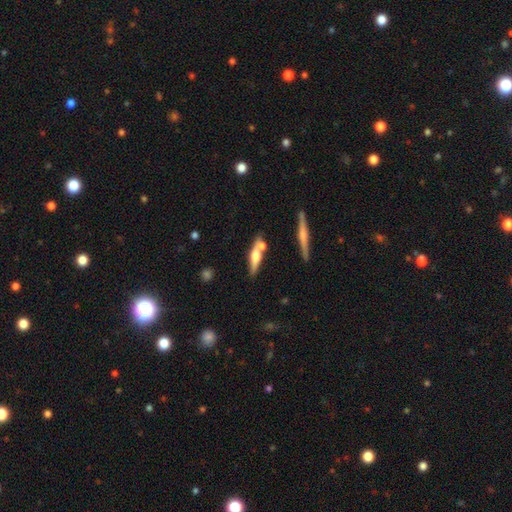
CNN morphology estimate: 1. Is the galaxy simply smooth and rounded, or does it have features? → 48% featured or disk, 45% smooth, 7% star or artifact.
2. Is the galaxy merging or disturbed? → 56% none, 27% merger, 13% minor disturbance, 4% major disturbance.